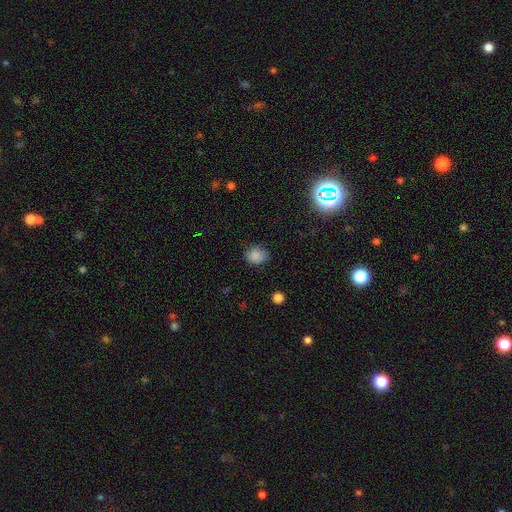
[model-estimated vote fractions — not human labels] Smooth or featured? smooth (84%)
How rounded? round (55%)
Merging? none (75%)